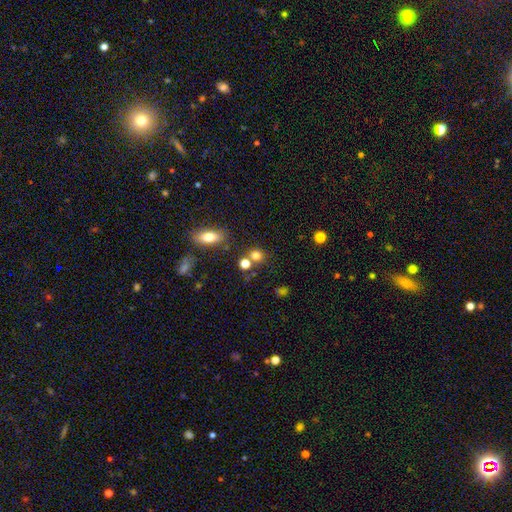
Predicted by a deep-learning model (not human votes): This is likely a smooth galaxy (77%). How rounded: clearly round (82%). Merging: likely none (67%).